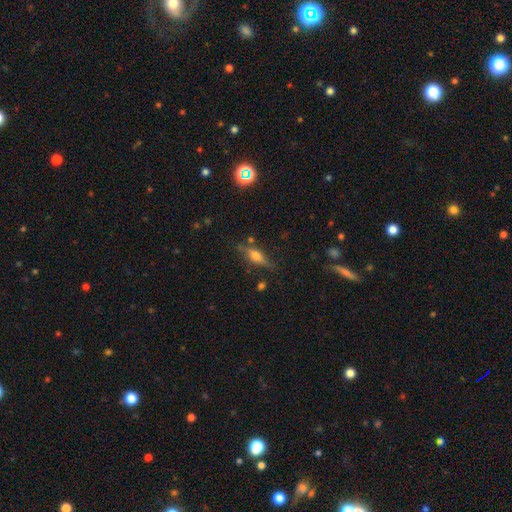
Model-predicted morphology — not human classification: Smooth or featured? featured or disk (48%)
Merging? none (72%)